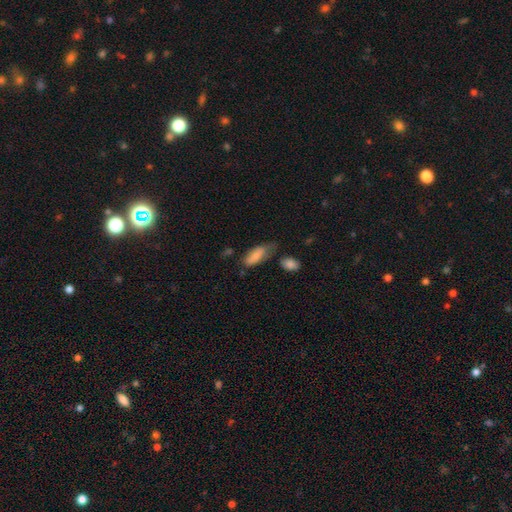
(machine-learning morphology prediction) smooth_or_featured: smooth (p=0.81) [alt: featured or disk p=0.11]
how_rounded: in between (p=0.80) [alt: cigar-shaped p=0.18]
merging: none (p=0.43) [alt: minor disturbance p=0.35]